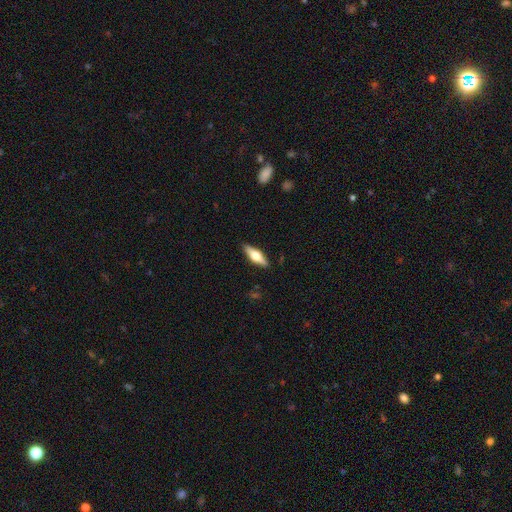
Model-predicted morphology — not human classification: Smooth or featured?
  - featured or disk: 51% *
  - smooth: 43%
  - star or artifact: 6%
Edge-on disk?
  - yes: 94% *
  - no: 6%
Merging?
  - none: 89% *
  - minor disturbance: 8%
  - major disturbance: 2%
  - merger: 1%